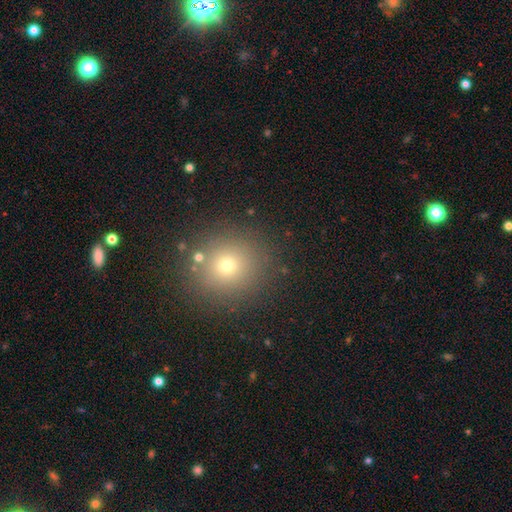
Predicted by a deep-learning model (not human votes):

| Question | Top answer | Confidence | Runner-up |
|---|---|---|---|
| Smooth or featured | smooth | 59% | star or artifact (31%) |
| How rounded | round | 91% | in between (8%) |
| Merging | none | 87% | minor disturbance (6%) |